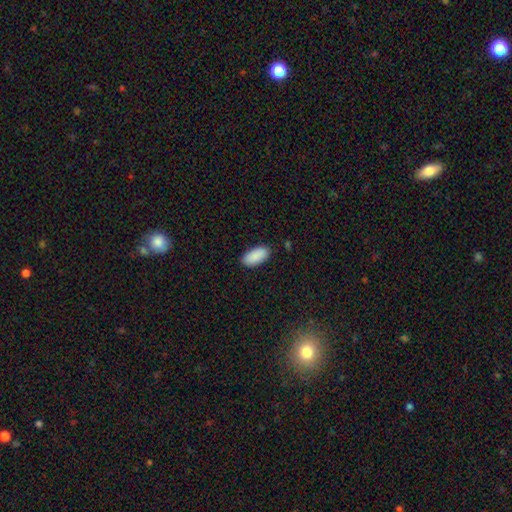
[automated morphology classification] smooth-or-featured: smooth: 91% | star or artifact: 6% | featured or disk: 4%
  how-rounded: in between: 92% | cigar-shaped: 7% | round: 2%
  merging: none: 88% | minor disturbance: 9% | major disturbance: 2% | merger: 1%